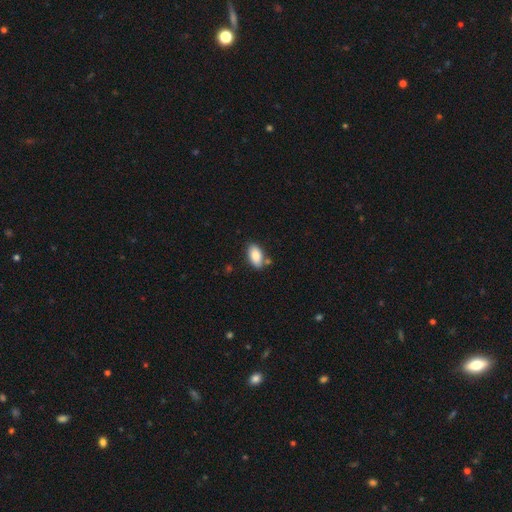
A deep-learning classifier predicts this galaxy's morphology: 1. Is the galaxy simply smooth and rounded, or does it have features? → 86% smooth, 7% star or artifact, 7% featured or disk.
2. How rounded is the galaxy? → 93% in between, 4% round, 3% cigar-shaped.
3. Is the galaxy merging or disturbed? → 75% none, 14% minor disturbance, 8% merger, 3% major disturbance.